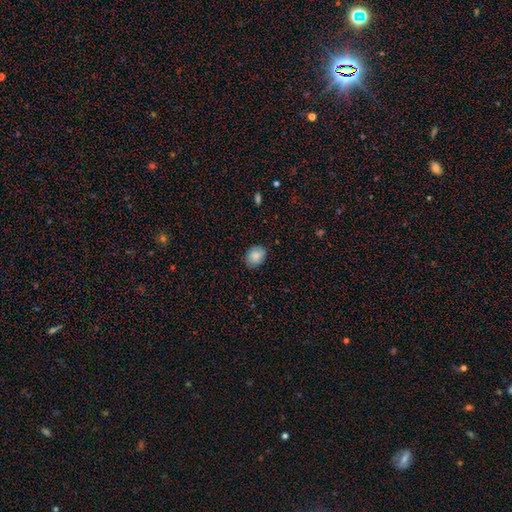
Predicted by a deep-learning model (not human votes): A smooth galaxy with no disk features (84%) that is in between round and cigar-shaped (50%). Merging: none (84%).